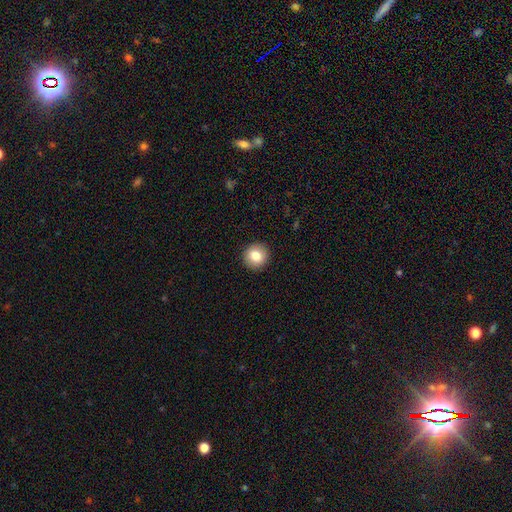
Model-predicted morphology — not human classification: Smooth or featured: smooth — 82% (star or artifact — 9%)
How rounded: round — 92% (in between — 7%)
Merging: none — 92% (minor disturbance — 5%)